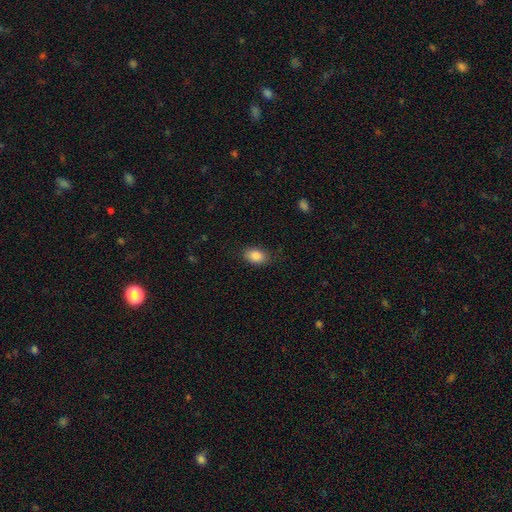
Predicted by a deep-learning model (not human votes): Overall: smooth (87%). How rounded: in between (87%). Merging: none (84%).